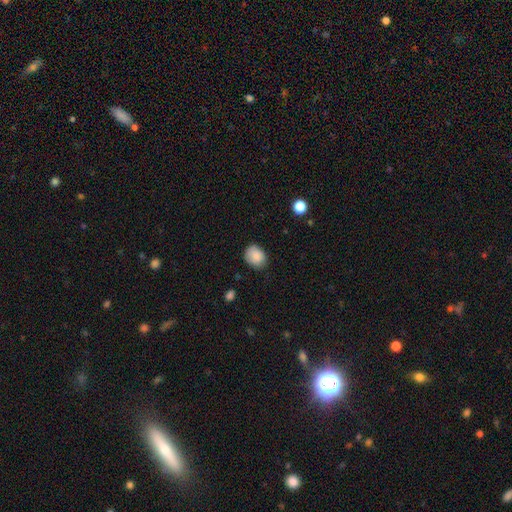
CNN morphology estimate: Q: Smooth or featured?
A: smooth (87%); runner-up: star or artifact (8%)
Q: How rounded?
A: round (52%); runner-up: in between (47%)
Q: Merging?
A: none (75%); runner-up: minor disturbance (20%)